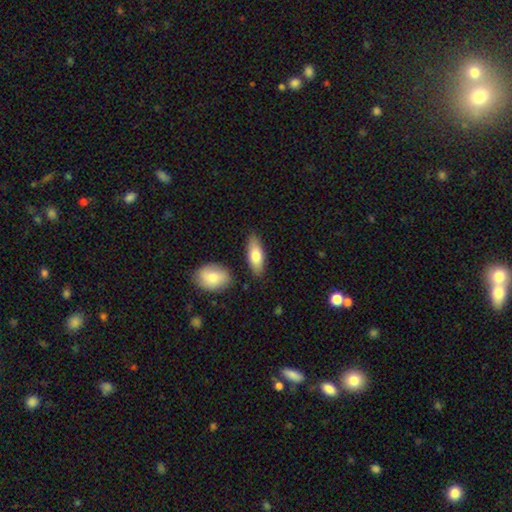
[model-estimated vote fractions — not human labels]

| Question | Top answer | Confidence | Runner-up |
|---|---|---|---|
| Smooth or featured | smooth | 75% | featured or disk (20%) |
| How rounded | in between | 77% | cigar-shaped (21%) |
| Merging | none | 82% | minor disturbance (11%) |